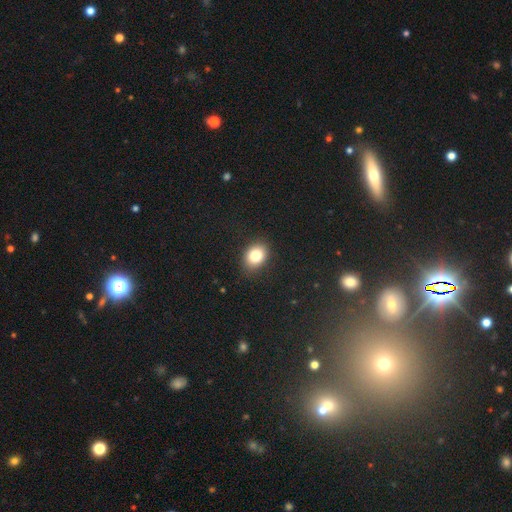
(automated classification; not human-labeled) This is clearly a smooth galaxy (83%). How rounded: likely in between (61%). Merging: clearly none (87%).